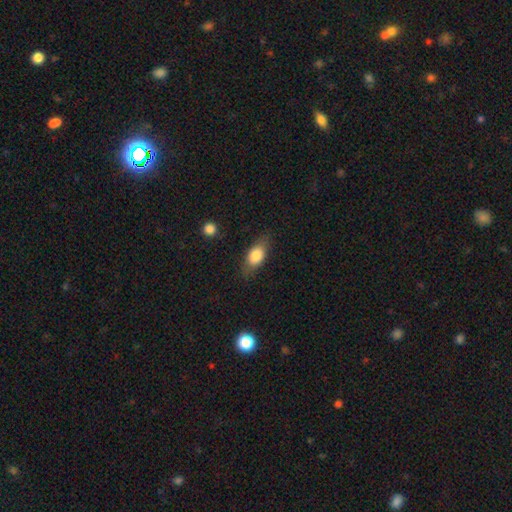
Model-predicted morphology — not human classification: Smooth or featured: smooth — 75% (featured or disk — 17%)
How rounded: in between — 80% (round — 10%)
Merging: none — 75% (minor disturbance — 18%)